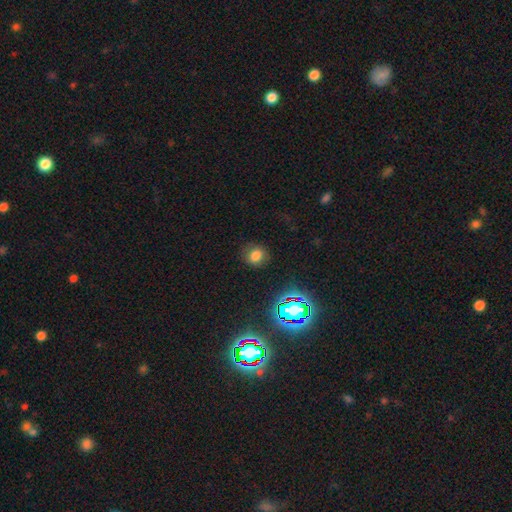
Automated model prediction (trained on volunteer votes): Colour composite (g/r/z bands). It shows a smooth galaxy with no disk features (73%) that is round (75%). Merging: none (81%).